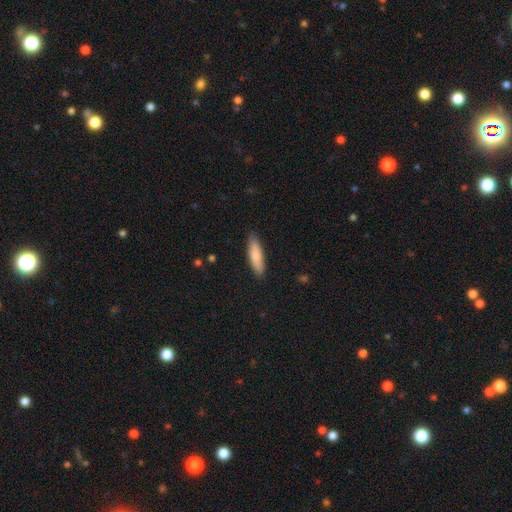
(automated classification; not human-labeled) Smooth or featured?
  - smooth: 82% *
  - featured or disk: 13%
  - star or artifact: 5%
How rounded?
  - cigar-shaped: 64% *
  - in between: 34%
  - round: 1%
Merging?
  - none: 87% *
  - minor disturbance: 10%
  - major disturbance: 2%
  - merger: 1%